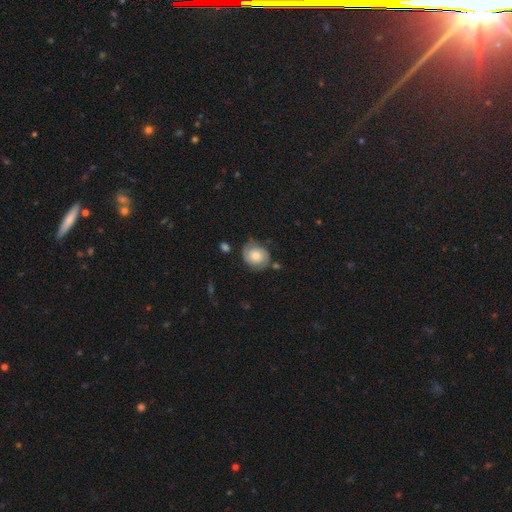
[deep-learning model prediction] Smooth or featured: featured or disk — 50% (smooth — 42%)
Edge-on disk: no — 97% (yes — 3%)
Merging: none — 70% (minor disturbance — 20%)